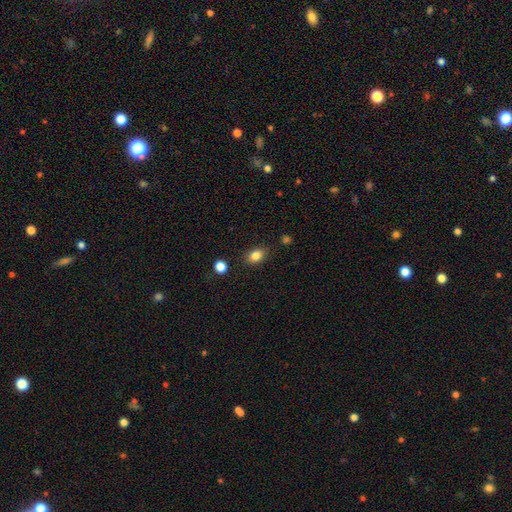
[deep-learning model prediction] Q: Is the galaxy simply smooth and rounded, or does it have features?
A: smooth — 83%.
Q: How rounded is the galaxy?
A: in between — 67%.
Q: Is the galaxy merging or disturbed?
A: none — 84%.